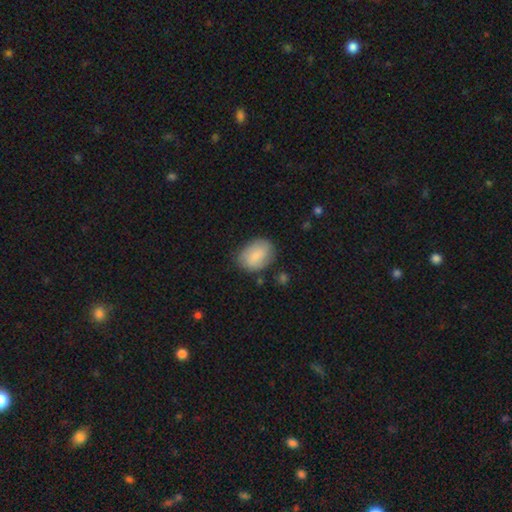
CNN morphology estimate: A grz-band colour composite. It shows a smooth galaxy with no disk features (75%) that is in between round and cigar-shaped (76%). Merging: none (75%).